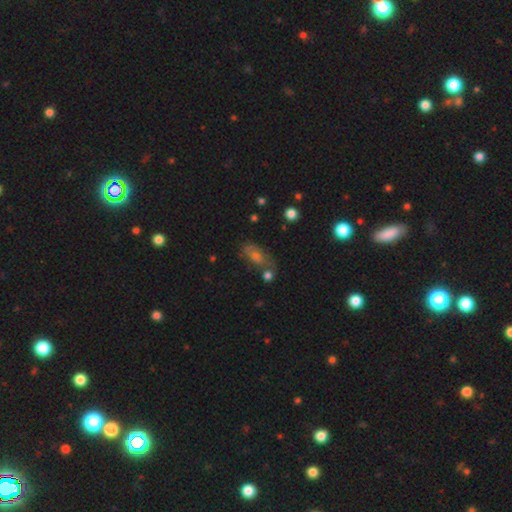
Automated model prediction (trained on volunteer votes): Smooth or featured? Predicted: smooth (p=0.49). Merging? Predicted: none (p=0.53).